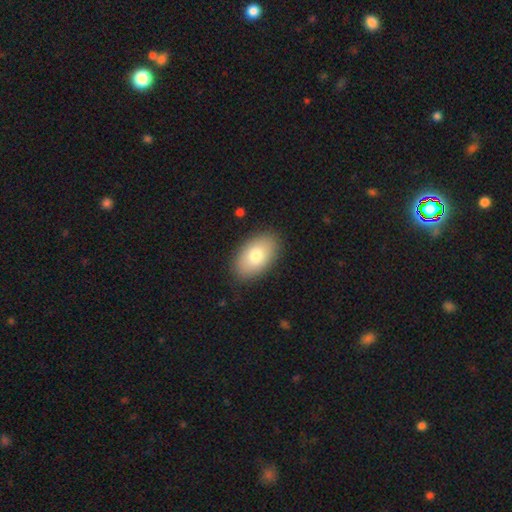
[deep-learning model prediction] Smooth or featured? smooth (78%)
How rounded? in between (93%)
Merging? none (87%)